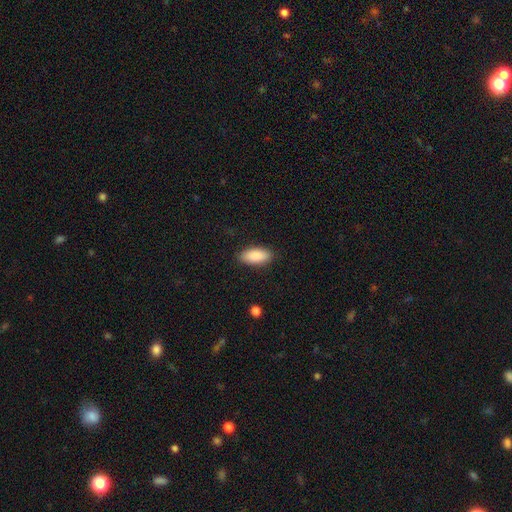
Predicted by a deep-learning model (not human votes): Morphology: type=smooth (89%); roundness=in between (86%); merging=none (87%).